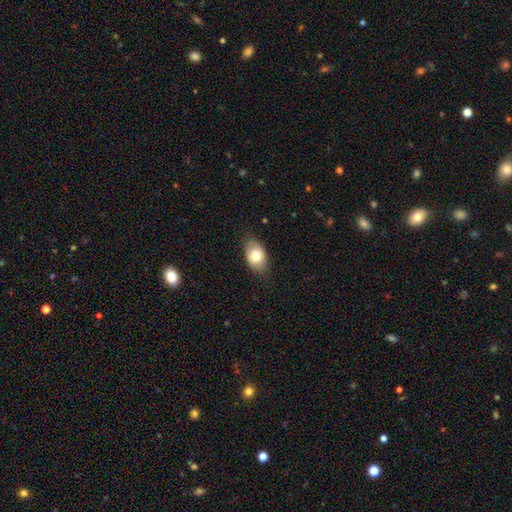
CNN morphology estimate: Smooth or featured? smooth (76%)
How rounded? in between (88%)
Merging? none (79%)